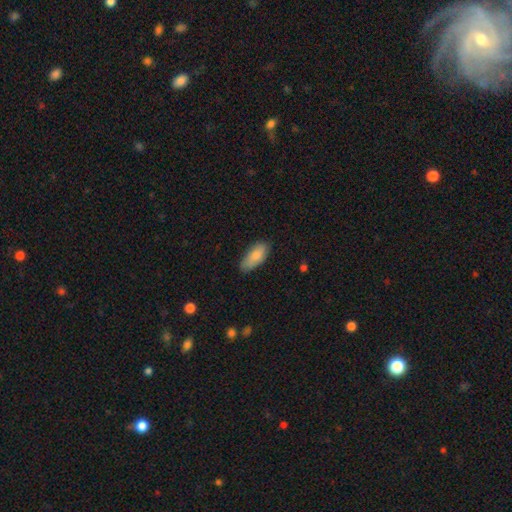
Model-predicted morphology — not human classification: A smooth galaxy with no disk features (82%) that is in between round and cigar-shaped (86%).

Vote fractions:
- Smooth or featured? smooth: 82% / featured or disk: 12% / star or artifact: 6%
- How rounded? in between: 86% / cigar-shaped: 12% / round: 2%
- Merging? none: 74% / minor disturbance: 21% / major disturbance: 4% / merger: 1%